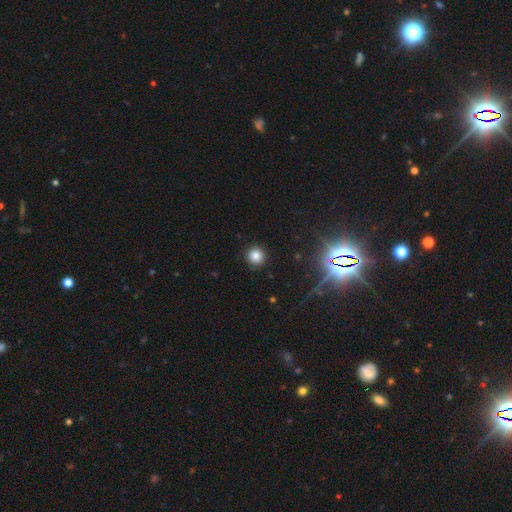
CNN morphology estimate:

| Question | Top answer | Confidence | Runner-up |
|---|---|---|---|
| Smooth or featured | smooth | 81% | star or artifact (14%) |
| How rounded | round | 95% | in between (4%) |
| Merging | none | 92% | minor disturbance (5%) |